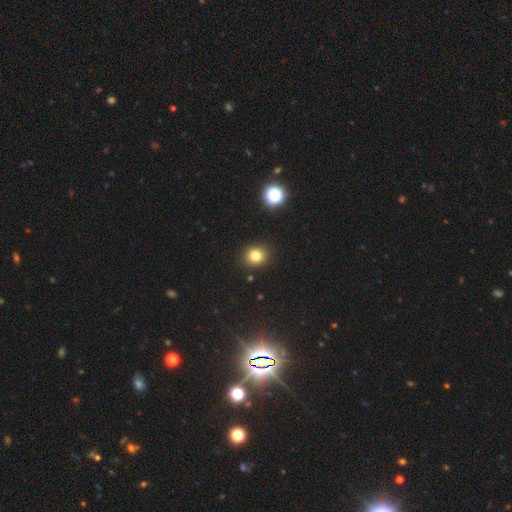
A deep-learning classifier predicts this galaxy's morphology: Overall: smooth (80%). How rounded: round (76%). Merging: none (90%).